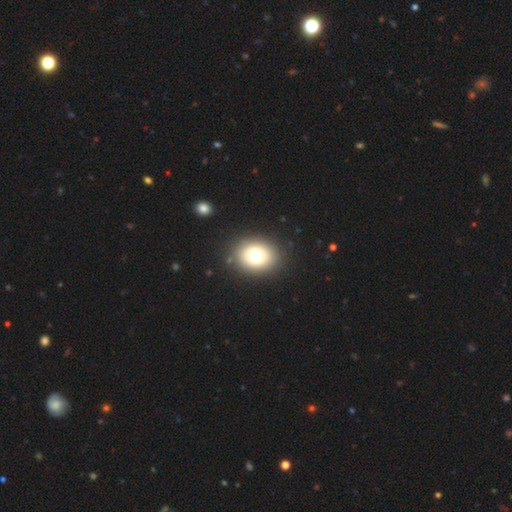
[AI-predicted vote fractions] Smooth or featured? Predicted: smooth (p=0.68). How rounded? Predicted: in between (p=0.52). Merging? Predicted: none (p=0.86).